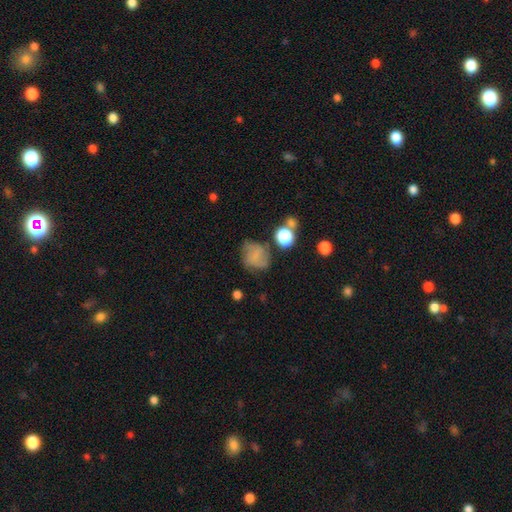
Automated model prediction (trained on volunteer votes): Overall: smooth (59%; featured or disk 28%). How rounded: round (65%; in between 34%). Merging: none (57%; minor disturbance 25%).